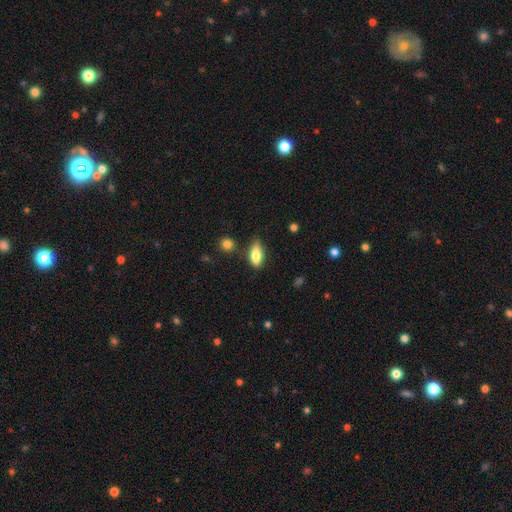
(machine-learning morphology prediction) Smooth or featured: smooth — 79% (featured or disk — 14%)
How rounded: in between — 79% (cigar-shaped — 18%)
Merging: none — 73% (minor disturbance — 20%)